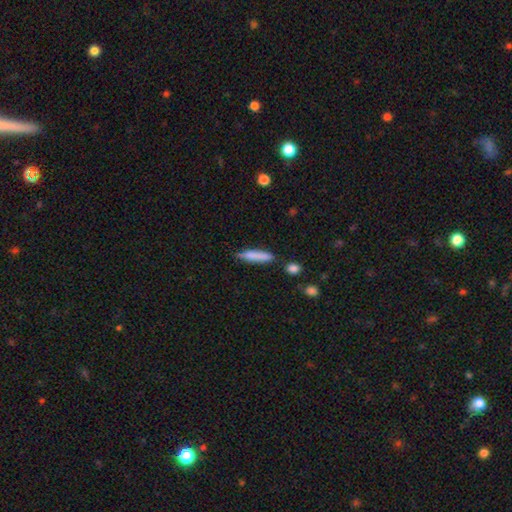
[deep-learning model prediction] A smooth galaxy with no disk features (80%) that is cigar-shaped (84%). Merging: none (76%).